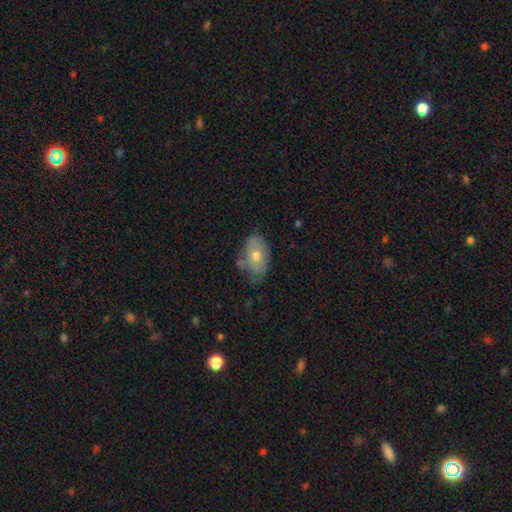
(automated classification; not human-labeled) The model was most divided on "smooth or featured": smooth: 55%, featured or disk: 37%, star or artifact: 8%. More confident: how rounded — in between (87%); merging — none (54%).